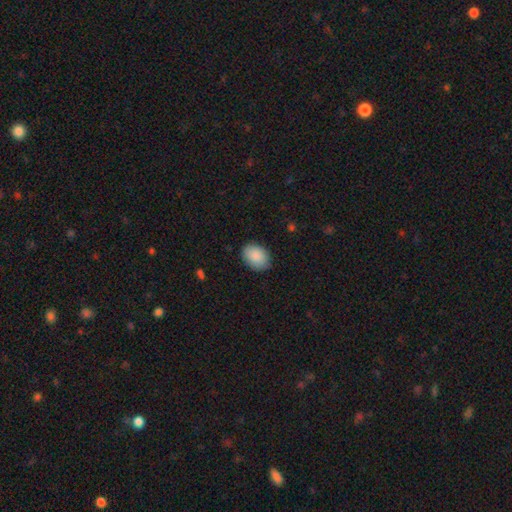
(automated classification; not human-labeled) Smooth or featured? Predicted: smooth (p=0.89). How rounded? Predicted: in between (p=0.75). Merging? Predicted: none (p=0.83).